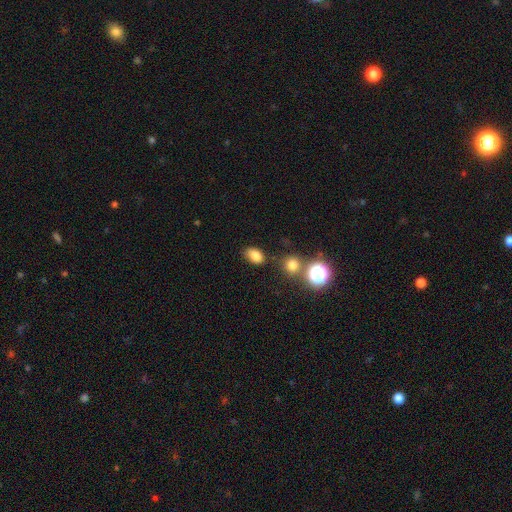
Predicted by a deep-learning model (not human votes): Smooth or featured: smooth — 79% (star or artifact — 14%)
How rounded: in between — 82% (round — 17%)
Merging: none — 74% (minor disturbance — 16%)